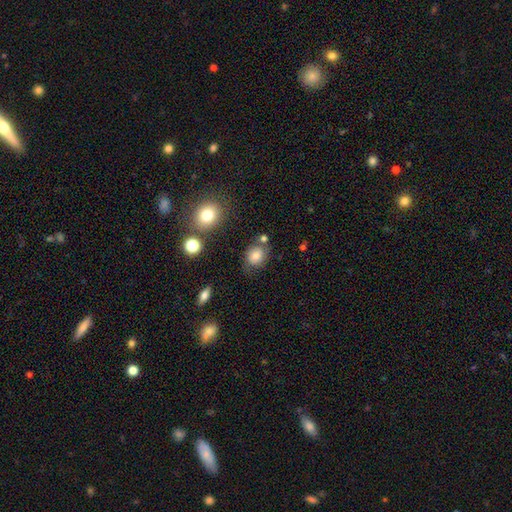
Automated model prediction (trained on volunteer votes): Smooth or featured? smooth (71%)
How rounded? round (60%)
Merging? none (66%)